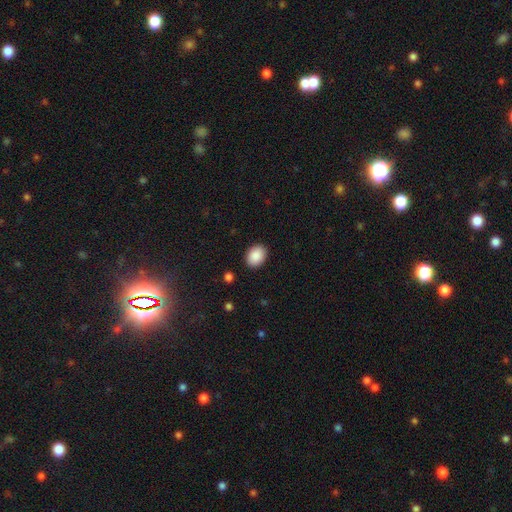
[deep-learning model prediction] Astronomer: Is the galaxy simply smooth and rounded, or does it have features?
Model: smooth — 90%.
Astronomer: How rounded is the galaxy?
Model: in between — 71%.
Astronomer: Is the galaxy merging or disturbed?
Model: none — 89%.